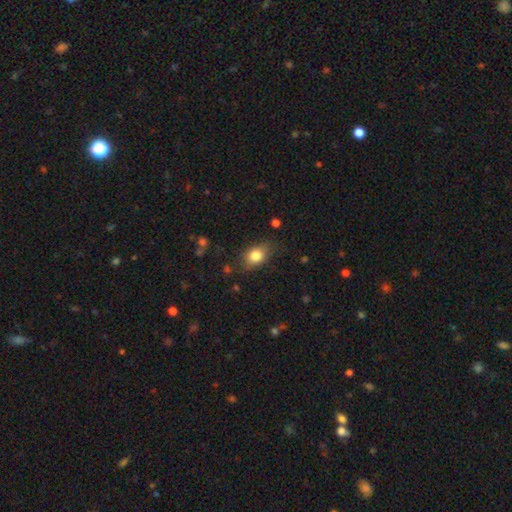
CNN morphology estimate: type=smooth (81%); roundness=in between (68%); merging=none (73%).